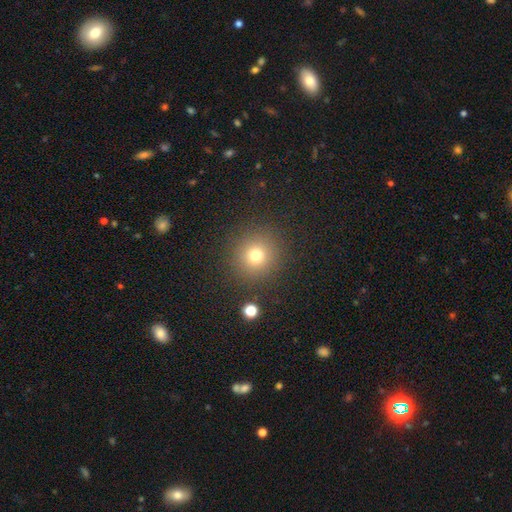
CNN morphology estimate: Smooth or featured: smooth — 74% (star or artifact — 17%)
How rounded: round — 92% (in between — 7%)
Merging: none — 88% (minor disturbance — 7%)